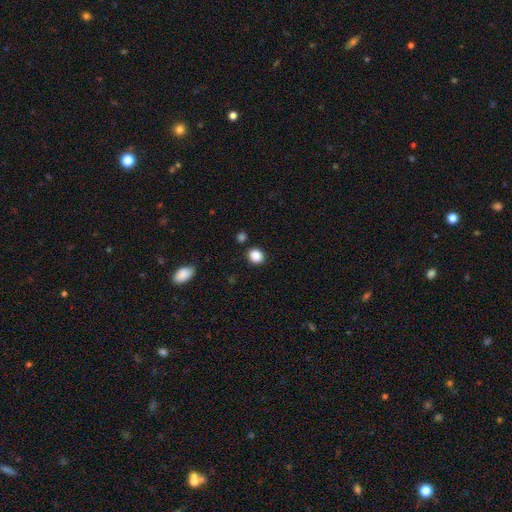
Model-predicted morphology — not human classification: Smooth or featured? Predicted: smooth (p=0.87). How rounded? Predicted: round (p=0.75). Merging? Predicted: none (p=0.86).